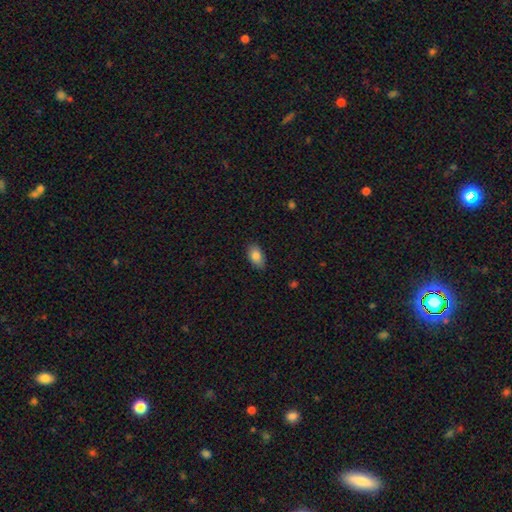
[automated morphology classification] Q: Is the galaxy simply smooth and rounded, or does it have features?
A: smooth — 84%.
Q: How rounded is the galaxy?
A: in between — 91%.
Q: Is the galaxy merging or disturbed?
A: none — 84%.